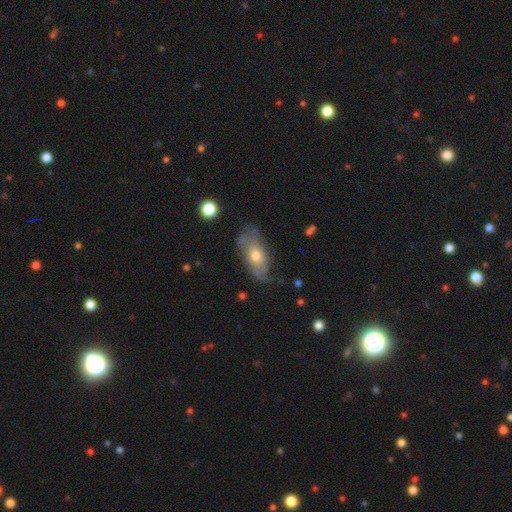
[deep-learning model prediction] smooth-or-featured: featured or disk: 55% | smooth: 38% | star or artifact: 7%
  disk-edge-on: no: 86% | yes: 14%
  merging: none: 59% | minor disturbance: 27% | major disturbance: 11% | merger: 2%